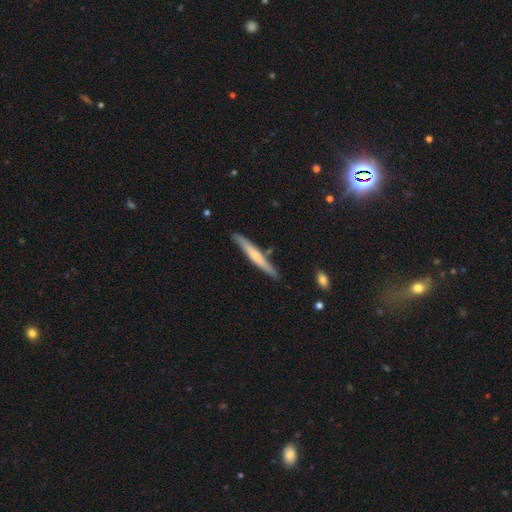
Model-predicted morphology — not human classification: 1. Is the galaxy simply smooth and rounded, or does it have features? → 48% smooth, 47% featured or disk, 5% star or artifact.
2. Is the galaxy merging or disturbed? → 84% none, 11% minor disturbance, 3% merger, 2% major disturbance.